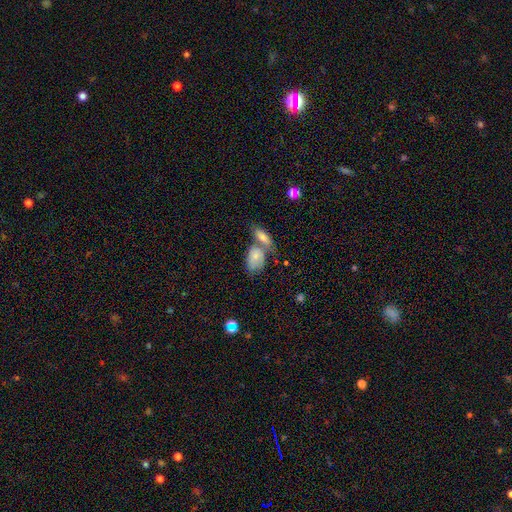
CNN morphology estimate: This is likely a smooth galaxy (63%). How rounded: clearly in between (83%). Merging: possibly merger (48%).